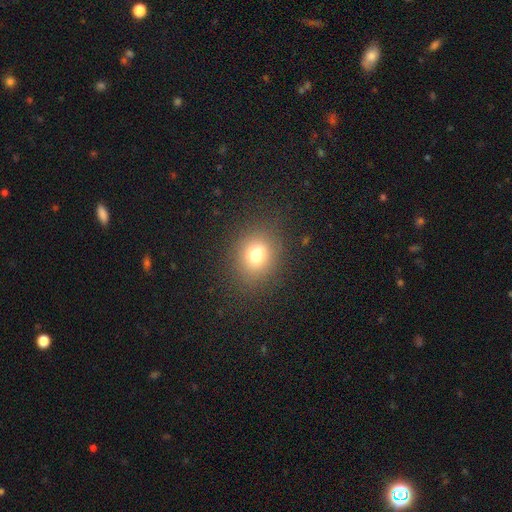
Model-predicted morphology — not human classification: Q: Smooth or featured?
A: smooth (74%); runner-up: star or artifact (15%)
Q: How rounded?
A: round (62%); runner-up: in between (37%)
Q: Merging?
A: none (83%); runner-up: minor disturbance (10%)